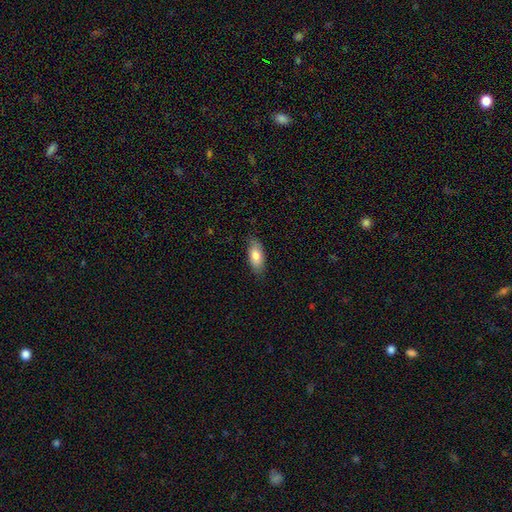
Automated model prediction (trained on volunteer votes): Smooth or featured: smooth — 81% (featured or disk — 13%)
How rounded: in between — 85% (cigar-shaped — 13%)
Merging: none — 82% (minor disturbance — 15%)